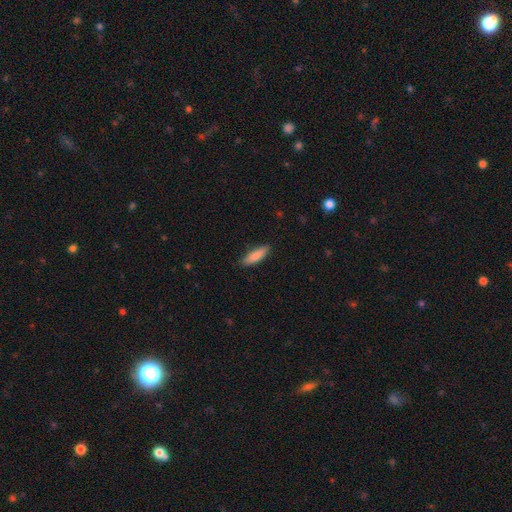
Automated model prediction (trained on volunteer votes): Overall: smooth (84%). How rounded: cigar-shaped (60%; in between 38%). Merging: none (84%).